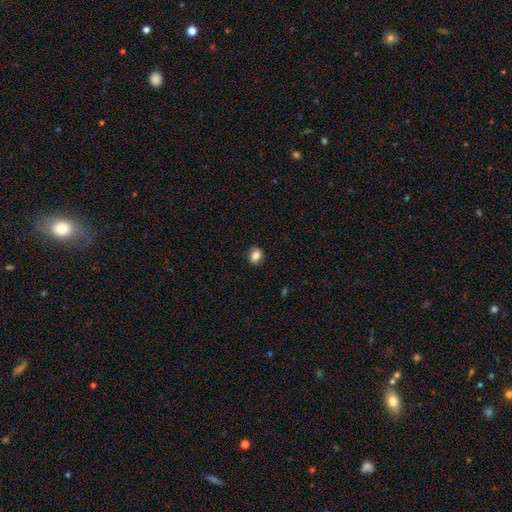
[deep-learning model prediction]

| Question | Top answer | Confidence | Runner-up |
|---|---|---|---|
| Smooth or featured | smooth | 84% | star or artifact (9%) |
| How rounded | in between | 51% | round (48%) |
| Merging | none | 86% | minor disturbance (11%) |